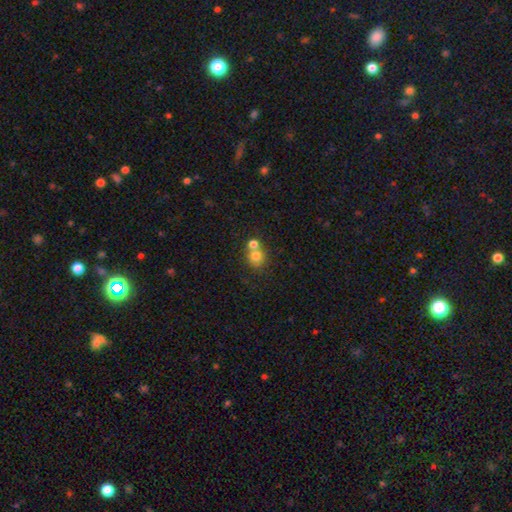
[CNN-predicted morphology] smooth 77%, star or artifact 12%, featured or disk 11%. Down the decision tree: how rounded — round (82%); merging — none (47%).